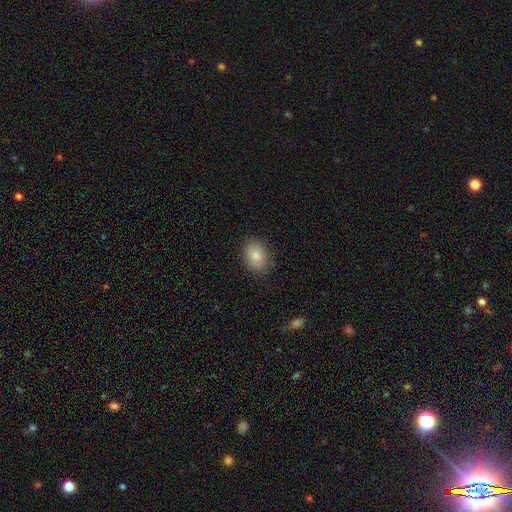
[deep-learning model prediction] Smooth or featured? Predicted: smooth (p=0.83). How rounded? Predicted: in between (p=0.68). Merging? Predicted: none (p=0.86).